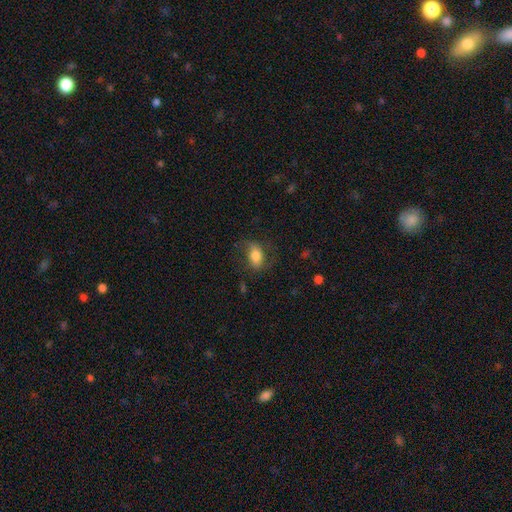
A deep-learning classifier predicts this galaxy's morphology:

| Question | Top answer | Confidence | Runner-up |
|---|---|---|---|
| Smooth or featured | smooth | 66% | featured or disk (26%) |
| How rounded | in between | 83% | round (14%) |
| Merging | none | 64% | minor disturbance (20%) |